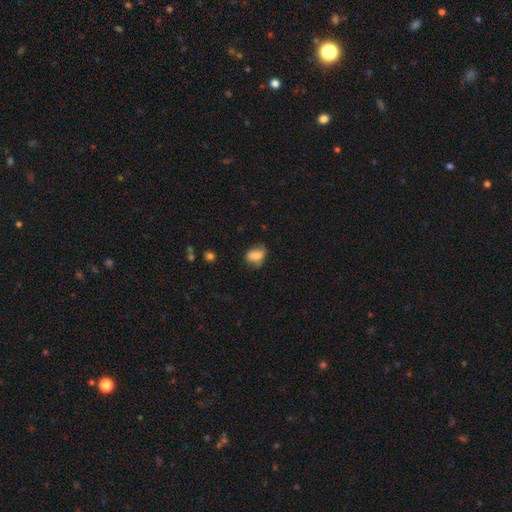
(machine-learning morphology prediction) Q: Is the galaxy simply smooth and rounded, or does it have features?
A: smooth — 78%.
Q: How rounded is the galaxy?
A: in between — 74%.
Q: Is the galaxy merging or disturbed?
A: none — 55%.